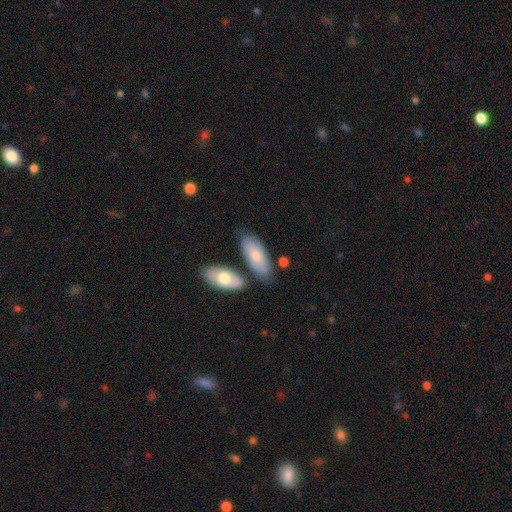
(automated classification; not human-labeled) Smooth or featured?
  - smooth: 74% *
  - featured or disk: 21%
  - star or artifact: 6%
How rounded?
  - in between: 83% *
  - cigar-shaped: 15%
  - round: 2%
Merging?
  - none: 66% *
  - minor disturbance: 17%
  - merger: 14%
  - major disturbance: 4%